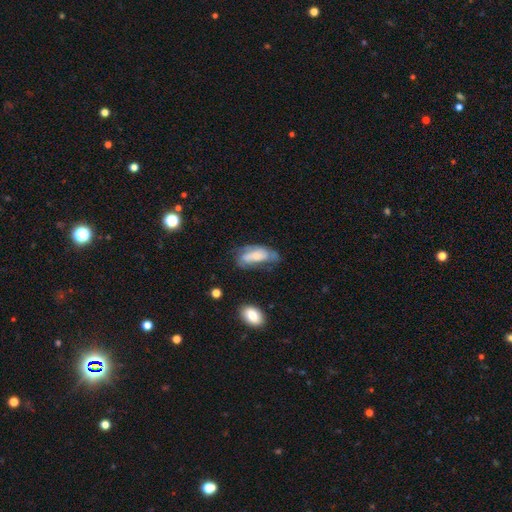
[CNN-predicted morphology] Q: Smooth or featured?
A: smooth (55%); runner-up: featured or disk (37%)
Q: How rounded?
A: in between (83%); runner-up: cigar-shaped (14%)
Q: Merging?
A: none (38%); runner-up: minor disturbance (35%)